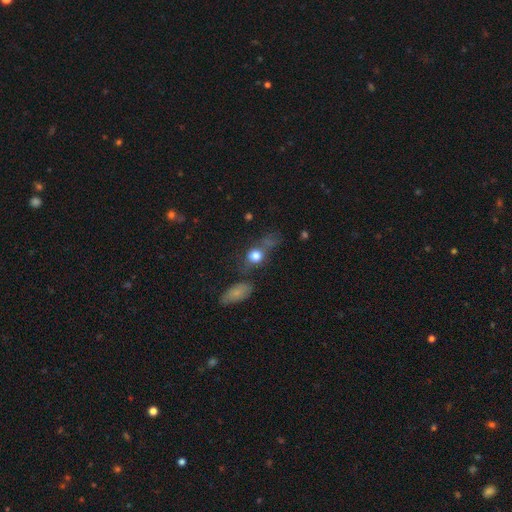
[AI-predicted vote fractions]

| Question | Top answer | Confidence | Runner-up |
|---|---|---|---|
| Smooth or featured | smooth | 72% | featured or disk (14%) |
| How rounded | round | 63% | in between (33%) |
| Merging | none | 51% | minor disturbance (19%) |